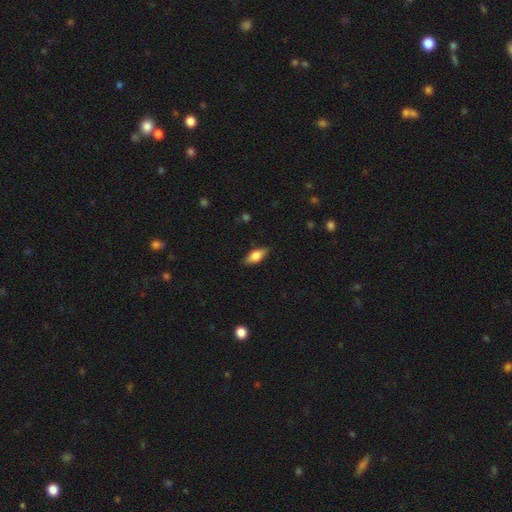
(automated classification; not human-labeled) A smooth galaxy with no disk features (69%) that is in between round and cigar-shaped (79%). Merging: none (84%).